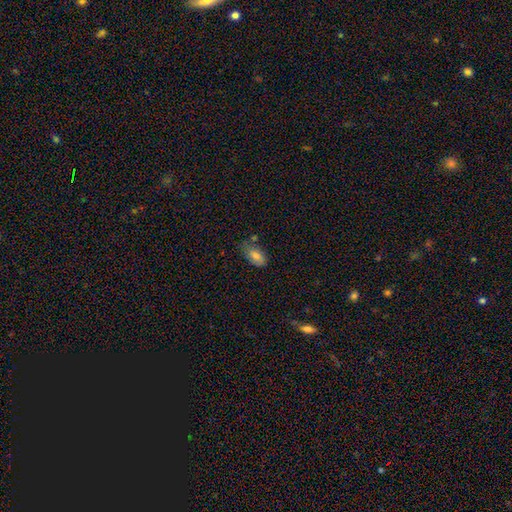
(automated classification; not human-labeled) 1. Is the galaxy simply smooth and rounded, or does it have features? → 79% smooth, 13% featured or disk, 8% star or artifact.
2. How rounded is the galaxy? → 92% in between, 5% round, 3% cigar-shaped.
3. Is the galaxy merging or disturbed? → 59% none, 28% minor disturbance, 7% merger, 6% major disturbance.